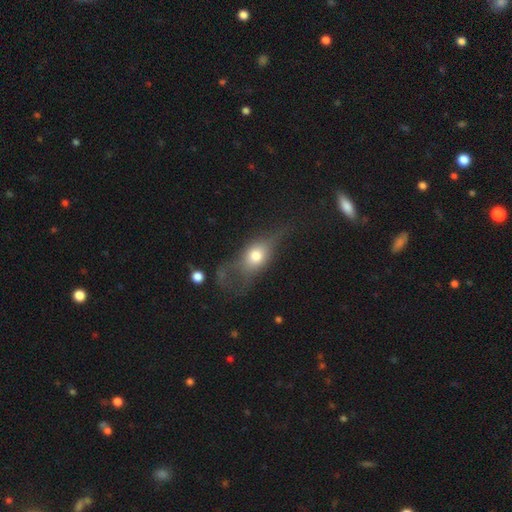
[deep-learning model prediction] Q: Smooth or featured?
A: smooth (54%); runner-up: featured or disk (36%)
Q: How rounded?
A: in between (63%); runner-up: round (25%)
Q: Merging?
A: none (42%); runner-up: major disturbance (30%)